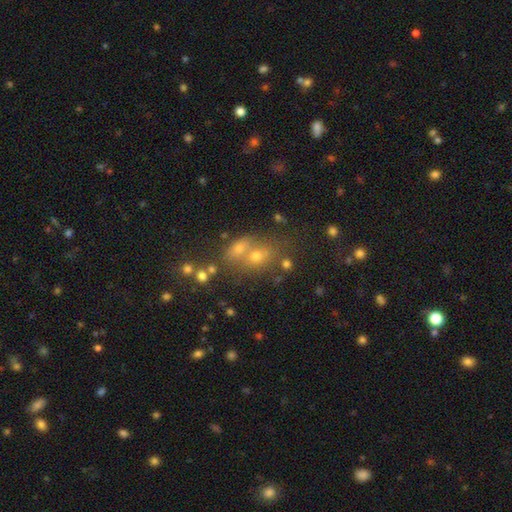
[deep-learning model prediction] The model was most divided on "how rounded": round: 52%, in between: 45%, cigar-shaped: 3%. More confident: smooth or featured — smooth (54%); merging — merger (51%).